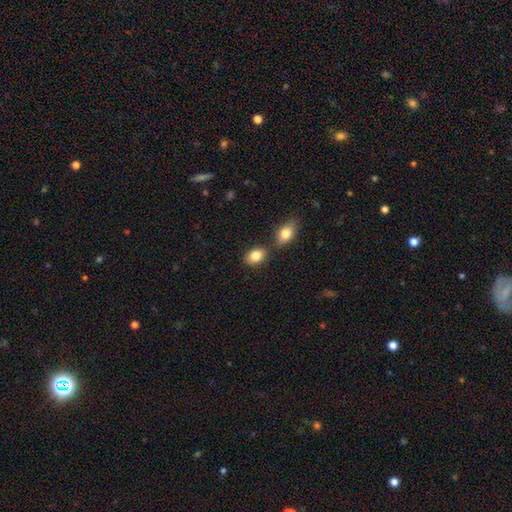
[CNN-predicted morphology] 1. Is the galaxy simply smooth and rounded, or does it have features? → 84% smooth, 8% featured or disk, 8% star or artifact.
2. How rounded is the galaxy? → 78% in between, 20% round, 1% cigar-shaped.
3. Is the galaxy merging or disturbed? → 65% none, 21% merger, 11% minor disturbance, 3% major disturbance.